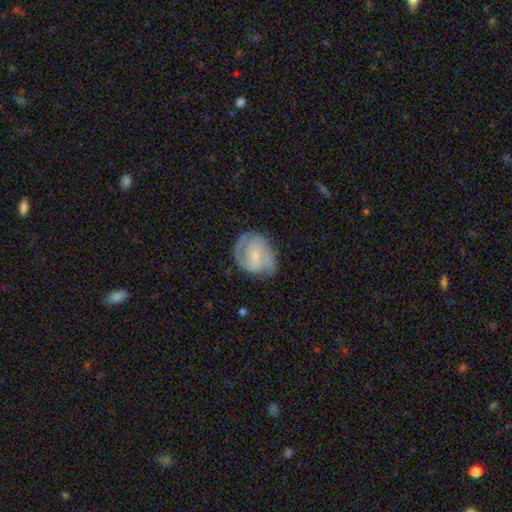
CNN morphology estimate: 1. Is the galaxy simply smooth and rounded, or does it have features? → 64% featured or disk, 30% smooth, 6% star or artifact.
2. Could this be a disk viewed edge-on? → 97% no, 3% yes.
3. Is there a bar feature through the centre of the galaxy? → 50% no, 39% weak, 11% strong.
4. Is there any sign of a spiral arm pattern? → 85% yes, 15% no.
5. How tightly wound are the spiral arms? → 43% medium, 40% tight, 18% loose.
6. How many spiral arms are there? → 51% 2, 26% can't tell, 12% 3, 6% 1, 3% 4, 3% more than 4.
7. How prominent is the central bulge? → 74% small, 18% moderate, 5% none, 1% large, 1% dominant.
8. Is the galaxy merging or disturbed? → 60% none, 26% minor disturbance, 12% major disturbance, 2% merger.